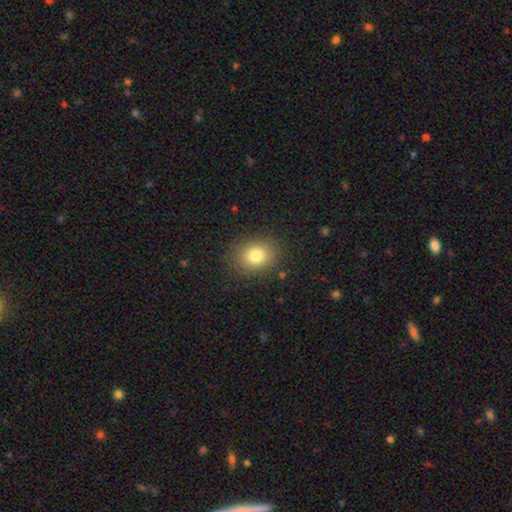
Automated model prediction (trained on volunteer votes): The model was most divided on "how rounded": round: 57%, in between: 42%, cigar-shaped: 1%. More confident: merging — none (86%); smooth or featured — smooth (80%).